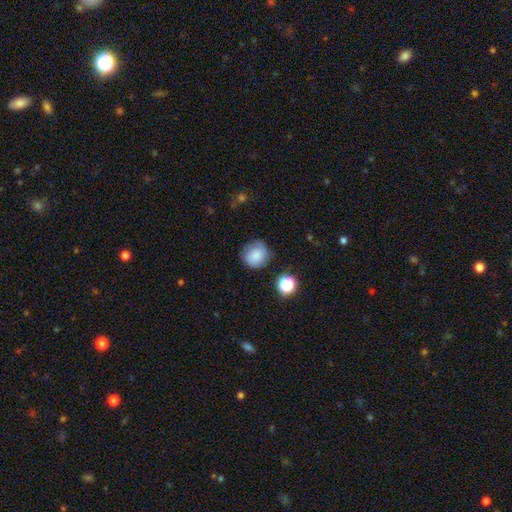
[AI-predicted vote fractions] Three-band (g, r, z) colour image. It shows a smooth galaxy with no disk features (79%) that is round (88%). Merging: none (73%).